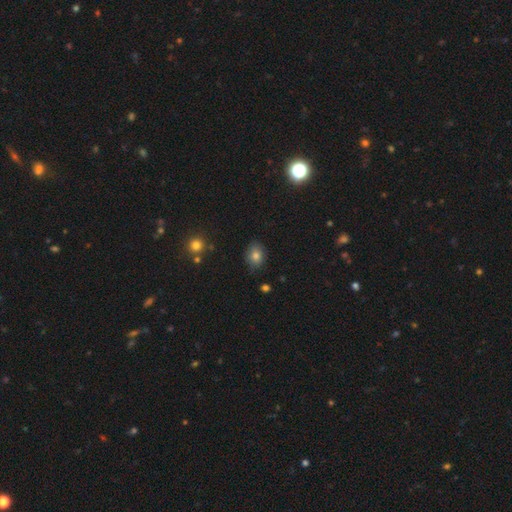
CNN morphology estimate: Smooth or featured? smooth (81%)
How rounded? in between (65%)
Merging? none (80%)